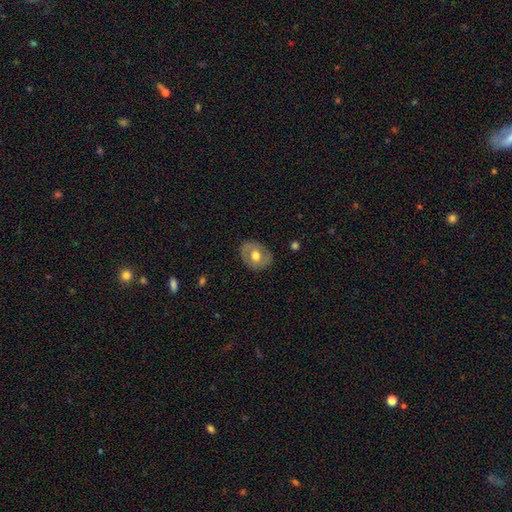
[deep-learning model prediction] A smooth galaxy with no disk features (53%) that is round (55%). Merging: none (82%).